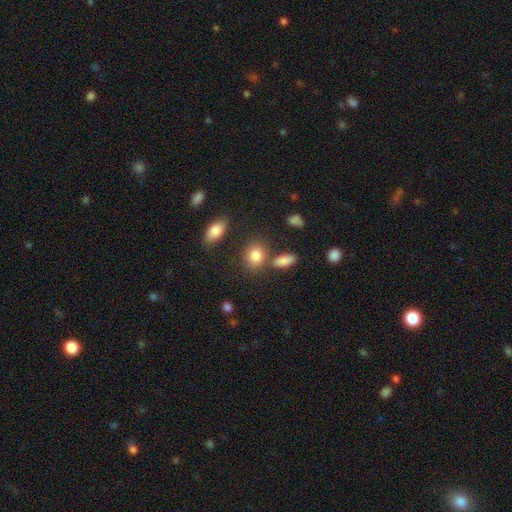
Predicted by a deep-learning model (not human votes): smooth-or-featured: smooth: 84% | star or artifact: 9% | featured or disk: 7%
  how-rounded: in between: 51% | round: 47% | cigar-shaped: 2%
  merging: none: 66% | merger: 15% | minor disturbance: 14% | major disturbance: 5%